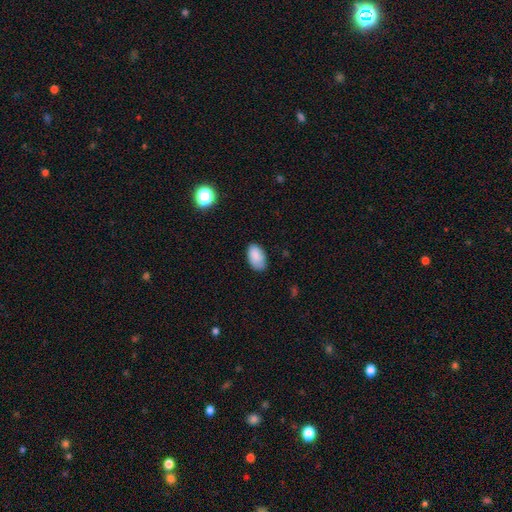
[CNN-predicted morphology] A smooth galaxy with no disk features (86%) that is in between round and cigar-shaped (94%). Merging: none (73%).